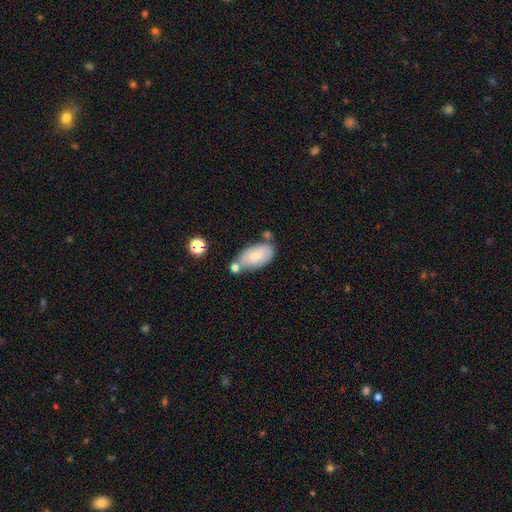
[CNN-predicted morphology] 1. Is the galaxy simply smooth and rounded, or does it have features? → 73% smooth, 20% featured or disk, 7% star or artifact.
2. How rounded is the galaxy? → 94% in between, 3% round, 3% cigar-shaped.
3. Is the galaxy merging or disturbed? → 51% none, 23% minor disturbance, 20% merger, 6% major disturbance.